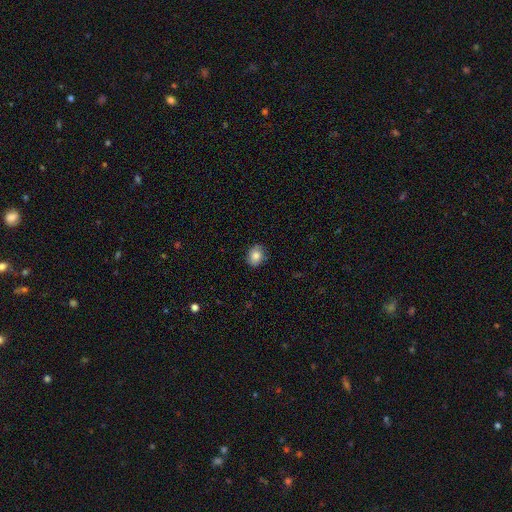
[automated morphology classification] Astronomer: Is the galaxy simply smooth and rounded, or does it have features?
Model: smooth — 83%.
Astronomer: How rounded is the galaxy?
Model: in between — 51% (runner-up: round, 48%).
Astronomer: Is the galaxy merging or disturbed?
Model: none — 85%.